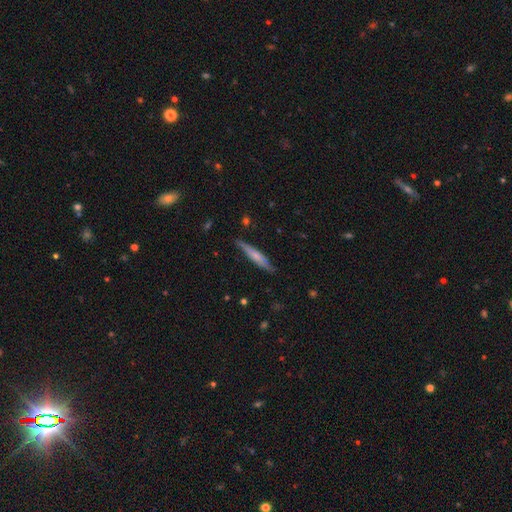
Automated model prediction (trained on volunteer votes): smooth_or_featured: smooth (p=0.54) [alt: featured or disk p=0.41]
how_rounded: cigar-shaped (p=0.90) [alt: in between p=0.08]
merging: none (p=0.81) [alt: minor disturbance p=0.15]